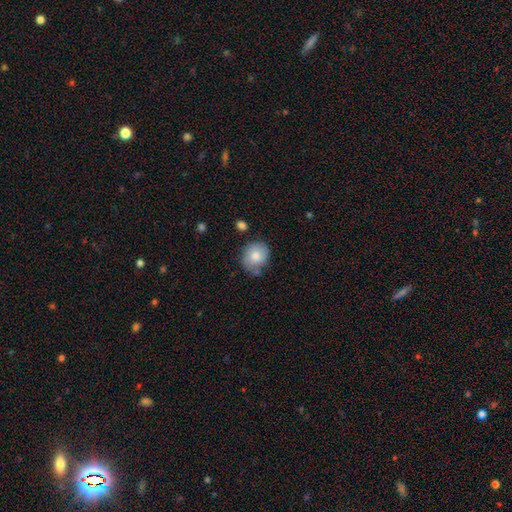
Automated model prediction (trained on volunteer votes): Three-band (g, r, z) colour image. It shows a smooth galaxy with no disk features (79%) that is round (74%). Merging: none (64%).